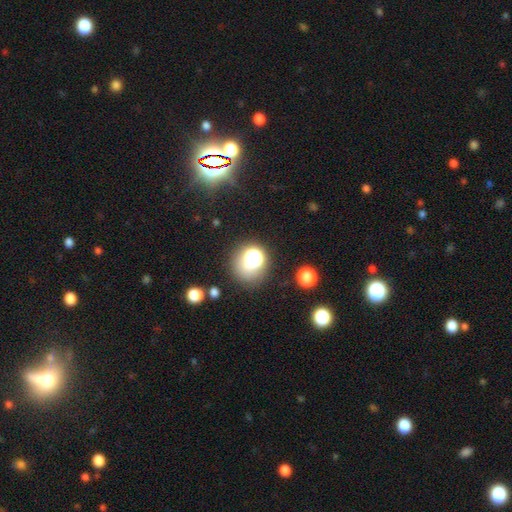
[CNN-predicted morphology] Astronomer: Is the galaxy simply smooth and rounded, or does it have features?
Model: star or artifact — 55% (runner-up: smooth, 39%).